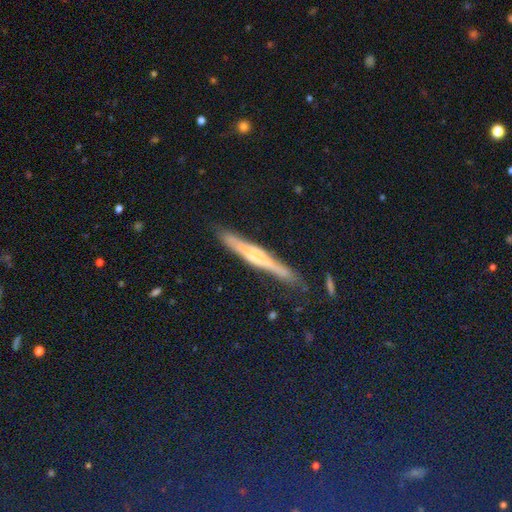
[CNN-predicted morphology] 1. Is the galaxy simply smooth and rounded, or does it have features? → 61% featured or disk, 27% smooth, 11% star or artifact.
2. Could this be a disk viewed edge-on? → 94% yes, 6% no.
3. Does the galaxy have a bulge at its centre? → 45% rounded, 34% boxy, 21% none.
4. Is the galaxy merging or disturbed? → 82% none, 13% minor disturbance, 3% major disturbance, 2% merger.